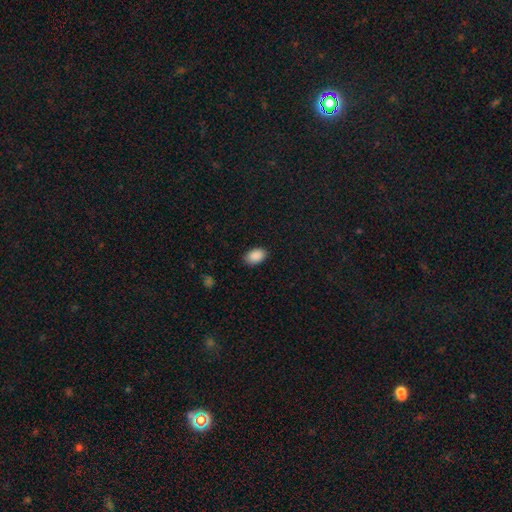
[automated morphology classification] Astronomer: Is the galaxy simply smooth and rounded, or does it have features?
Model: smooth — 90%.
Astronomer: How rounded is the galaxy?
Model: in between — 88%.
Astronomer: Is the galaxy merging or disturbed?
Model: none — 86%.